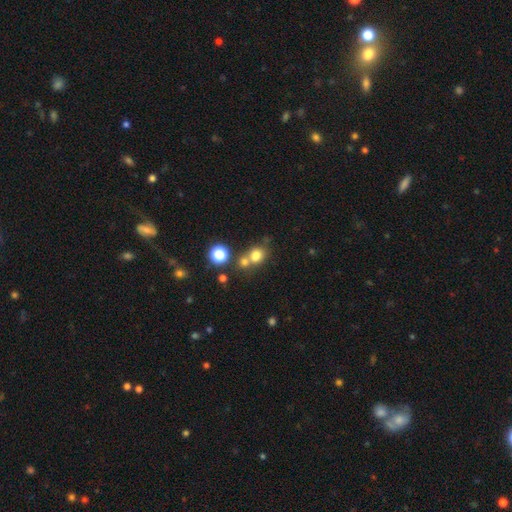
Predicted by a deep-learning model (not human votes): The model was most divided on "merging": none: 50%, merger: 37%, minor disturbance: 9%, major disturbance: 4%. More confident: smooth or featured — smooth (76%); how rounded — round (71%).